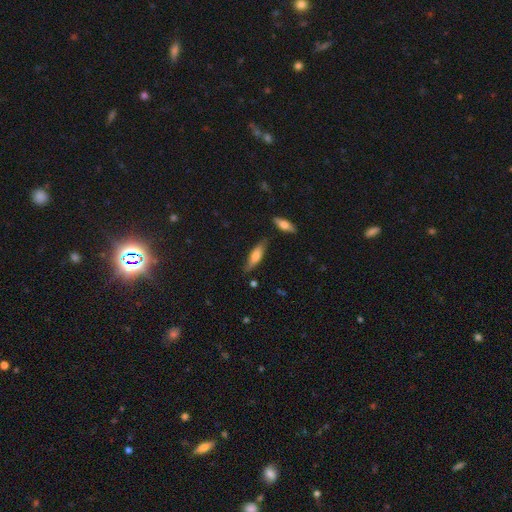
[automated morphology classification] The model was most divided on "how rounded": cigar-shaped: 57%, in between: 41%, round: 2%. More confident: merging — none (71%); smooth or featured — smooth (66%).